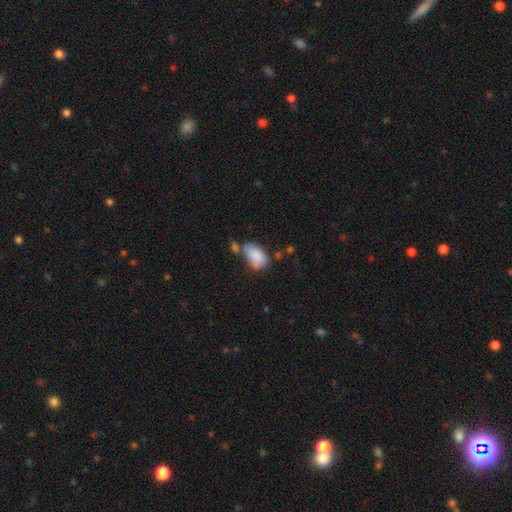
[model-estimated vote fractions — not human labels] smooth_or_featured: smooth (p=0.82) [alt: featured or disk p=0.10]
how_rounded: in between (p=0.92) [alt: round p=0.06]
merging: none (p=0.39) [alt: minor disturbance p=0.27]